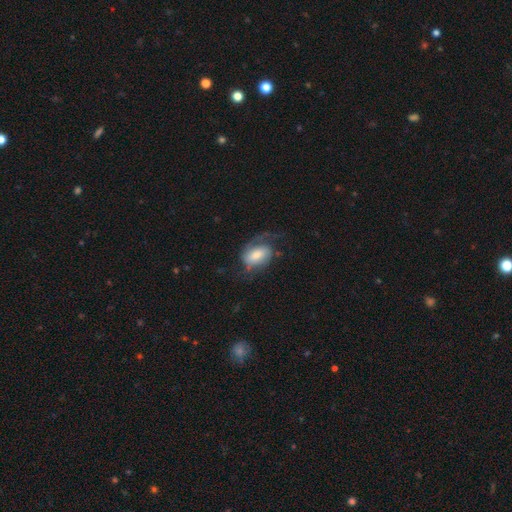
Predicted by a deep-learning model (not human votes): smooth_or_featured: featured or disk (p=0.64) [alt: smooth p=0.29]
disk_edge_on: no (p=0.96) [alt: yes p=0.04]
bar: weak (p=0.41) [tied with: no p=0.41]
has_spiral_arms: yes (p=0.90) [alt: no p=0.10]
spiral_winding: medium (p=0.42) [alt: loose p=0.41]
spiral_arm_count: 2 (p=0.70) [alt: 1 p=0.17]
bulge_size: moderate (p=0.39) [alt: large p=0.30]
merging: none (p=0.50) [alt: major disturbance p=0.28]